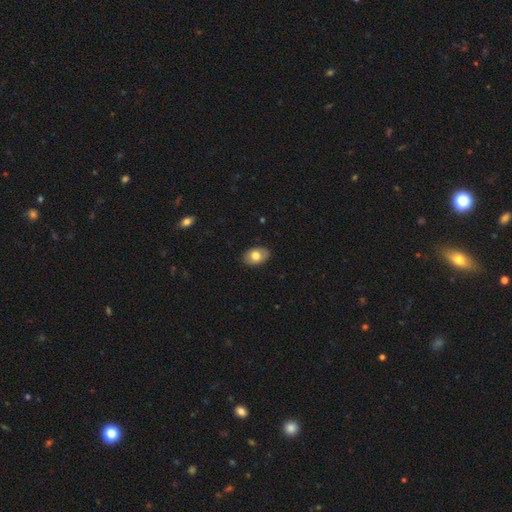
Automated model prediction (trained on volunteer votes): Smooth or featured?
  - smooth: 72% *
  - featured or disk: 21%
  - star or artifact: 7%
How rounded?
  - in between: 86% *
  - round: 13%
  - cigar-shaped: 1%
Merging?
  - none: 85% *
  - minor disturbance: 12%
  - major disturbance: 2%
  - merger: 1%